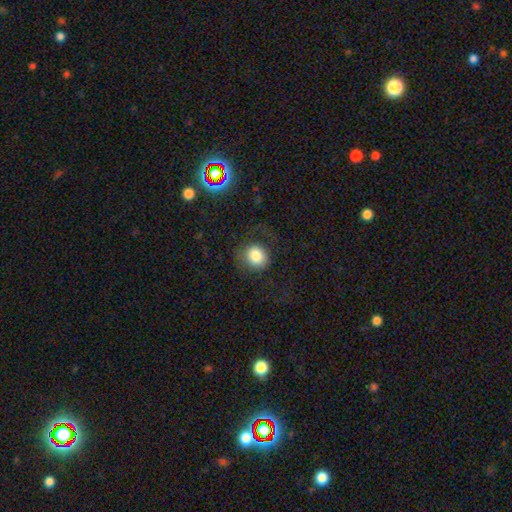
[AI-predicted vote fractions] smooth 81%, star or artifact 10%, featured or disk 10%. Down the decision tree: how rounded — round (76%); merging — none (71%).